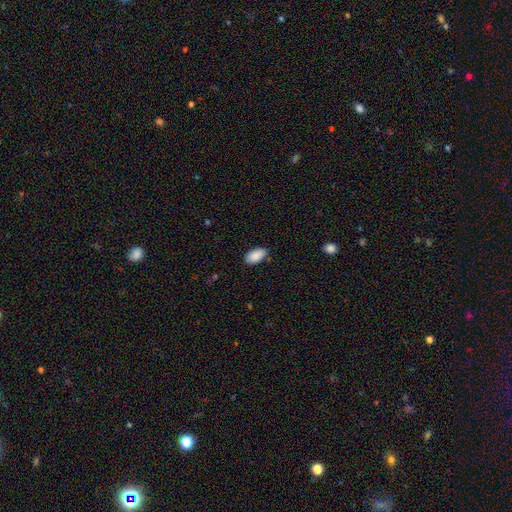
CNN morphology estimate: A smooth galaxy with no disk features (90%) that is in between round and cigar-shaped (95%).

Vote fractions:
- Smooth or featured? smooth: 90% / star or artifact: 6% / featured or disk: 4%
- How rounded? in between: 95% / round: 3% / cigar-shaped: 2%
- Merging? none: 85% / minor disturbance: 11% / major disturbance: 2% / merger: 1%